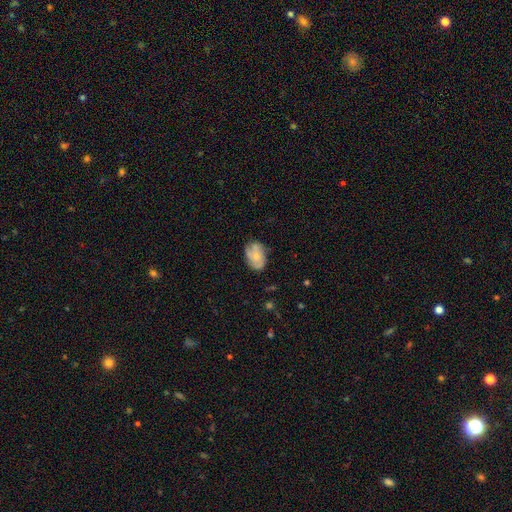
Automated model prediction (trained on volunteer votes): The model was most divided on "smooth or featured": featured or disk: 50%, smooth: 42%, star or artifact: 8%. More confident: edge-on disk — no (97%); merging — none (66%).